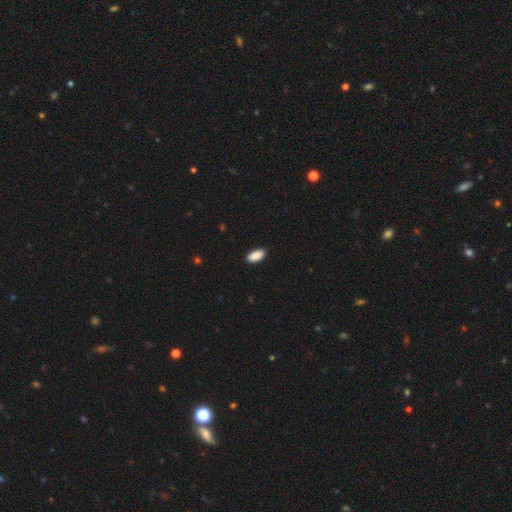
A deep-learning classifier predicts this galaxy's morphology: A smooth galaxy with no disk features (90%) that is in between round and cigar-shaped (92%). Merging: none (88%).